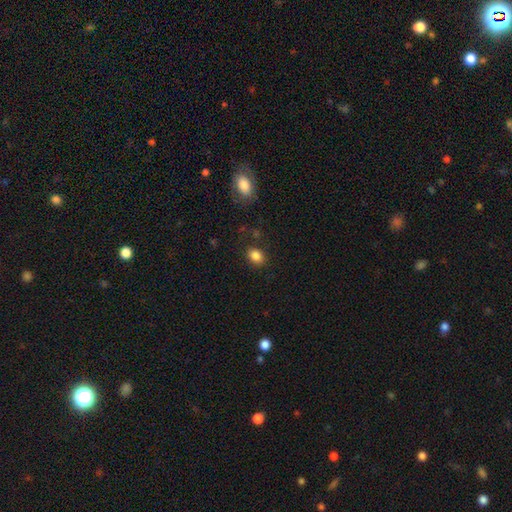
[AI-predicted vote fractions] A smooth galaxy with no disk features (85%) that is in between round and cigar-shaped (59%). Merging: none (83%).